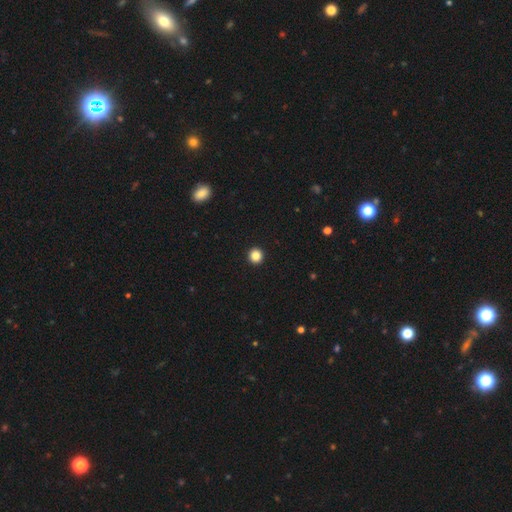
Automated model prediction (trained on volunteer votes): The model was most divided on "smooth or featured": smooth: 86%, star or artifact: 11%, featured or disk: 4%. More confident: how rounded — round (95%); merging — none (94%).